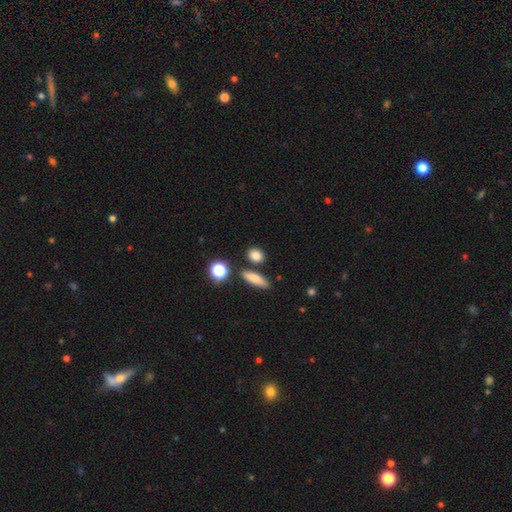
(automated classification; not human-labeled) smooth-or-featured: smooth: 84% | star or artifact: 10% | featured or disk: 6%
  how-rounded: round: 55% | in between: 38% | cigar-shaped: 7%
  merging: none: 80% | minor disturbance: 9% | merger: 8% | major disturbance: 3%